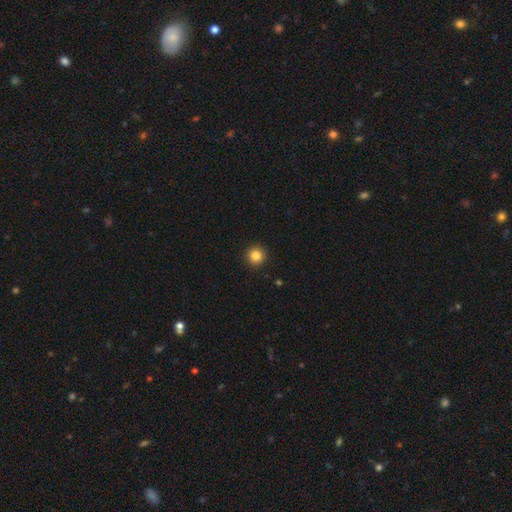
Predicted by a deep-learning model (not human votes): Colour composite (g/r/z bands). It shows a smooth galaxy with no disk features (84%) that is round (95%). Merging: none (93%).